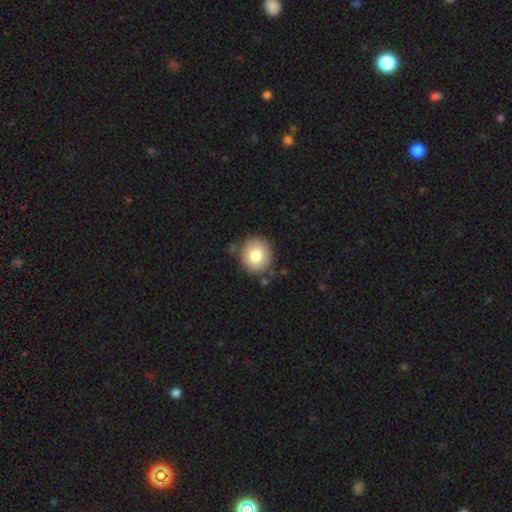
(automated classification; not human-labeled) Smooth or featured?
  - smooth: 80% *
  - featured or disk: 12%
  - star or artifact: 8%
How rounded?
  - round: 84% *
  - in between: 15%
  - cigar-shaped: 1%
Merging?
  - none: 83% *
  - minor disturbance: 11%
  - merger: 3%
  - major disturbance: 3%